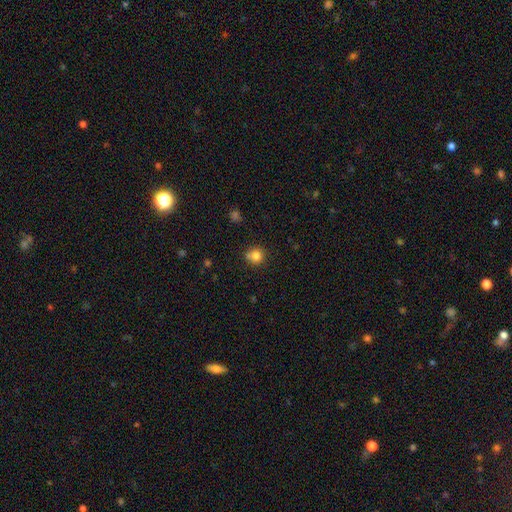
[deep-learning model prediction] Smooth or featured: smooth — 80% (star or artifact — 12%)
How rounded: round — 90% (in between — 9%)
Merging: none — 66% (merger — 18%)